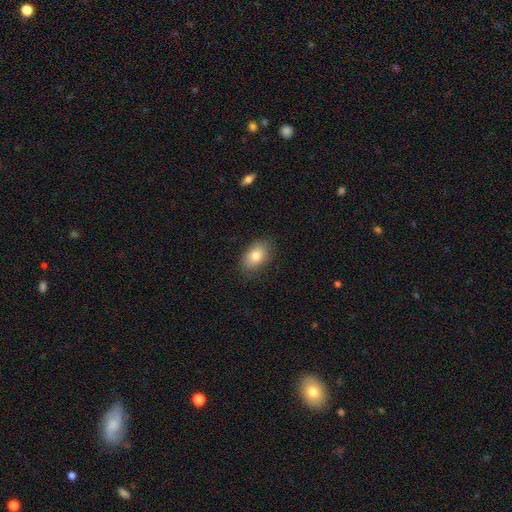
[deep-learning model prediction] Smooth or featured? Predicted: smooth (p=0.80). How rounded? Predicted: in between (p=0.86). Merging? Predicted: none (p=0.83).